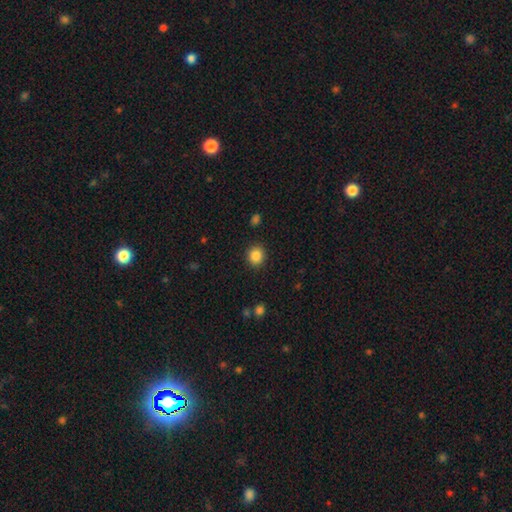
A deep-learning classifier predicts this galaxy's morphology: This is clearly a smooth galaxy (86%). How rounded: clearly round (85%). Merging: clearly none (90%).